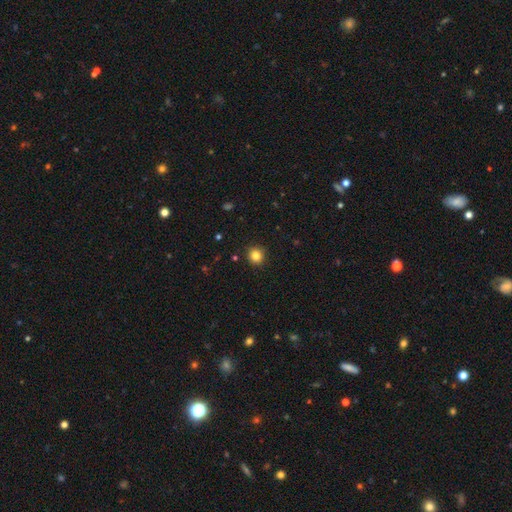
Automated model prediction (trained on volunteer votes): Morphology: type=smooth (83%); roundness=round (91%); merging=none (91%).